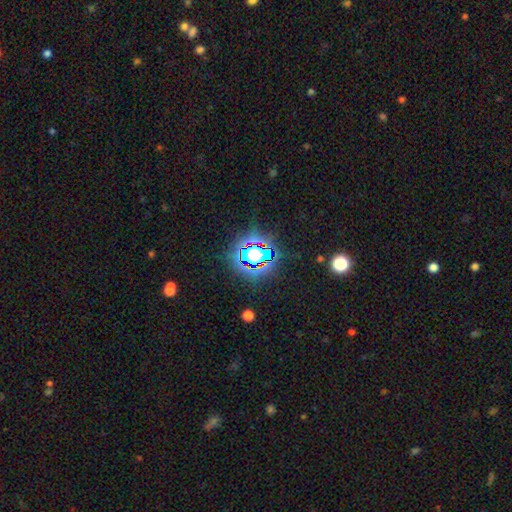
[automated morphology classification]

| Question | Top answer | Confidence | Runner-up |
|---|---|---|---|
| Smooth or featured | star or artifact | 72% | smooth (17%) |